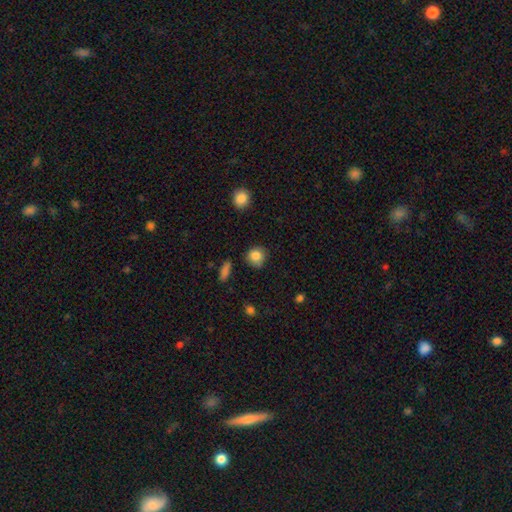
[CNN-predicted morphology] Q: Smooth or featured?
A: smooth (84%); runner-up: star or artifact (9%)
Q: How rounded?
A: round (86%); runner-up: in between (13%)
Q: Merging?
A: none (76%); runner-up: minor disturbance (17%)